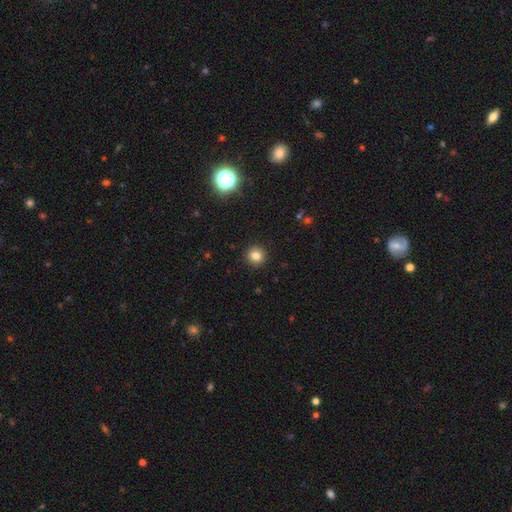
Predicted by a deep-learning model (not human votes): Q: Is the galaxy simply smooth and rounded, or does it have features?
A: smooth — 81%.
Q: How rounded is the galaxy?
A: round — 92%.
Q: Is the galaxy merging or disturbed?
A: none — 92%.